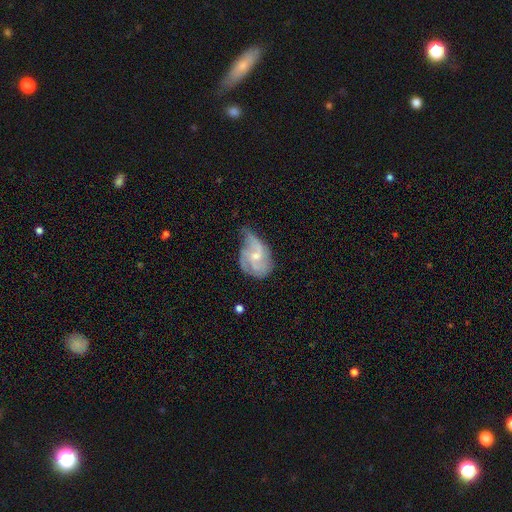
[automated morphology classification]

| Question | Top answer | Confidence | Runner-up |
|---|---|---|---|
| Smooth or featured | featured or disk | 72% | smooth (22%) |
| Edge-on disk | no | 97% | yes (3%) |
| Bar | no | 62% | weak (33%) |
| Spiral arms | yes | 84% | no (16%) |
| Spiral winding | medium | 42% | loose (30%) |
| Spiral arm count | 3 | 30% | 2 (29%) |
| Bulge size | small | 52% | moderate (41%) |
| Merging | minor disturbance | 39% | none (32%) |